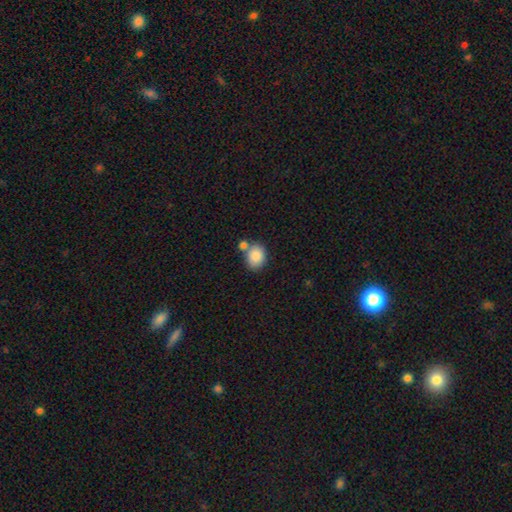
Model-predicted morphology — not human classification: A smooth galaxy with no disk features (87%) that is in between round and cigar-shaped (63%).

Vote fractions:
- Smooth or featured? smooth: 87% / star or artifact: 7% / featured or disk: 6%
- How rounded? in between: 63% / round: 36% / cigar-shaped: 1%
- Merging? none: 60% / merger: 24% / minor disturbance: 13% / major disturbance: 4%